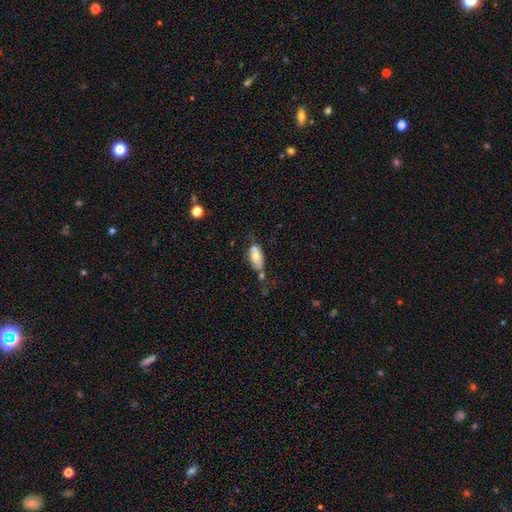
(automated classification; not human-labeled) smooth_or_featured: smooth (p=0.70) [alt: featured or disk p=0.23]
how_rounded: in between (p=0.88) [alt: cigar-shaped p=0.09]
merging: none (p=0.42) [alt: minor disturbance p=0.27]